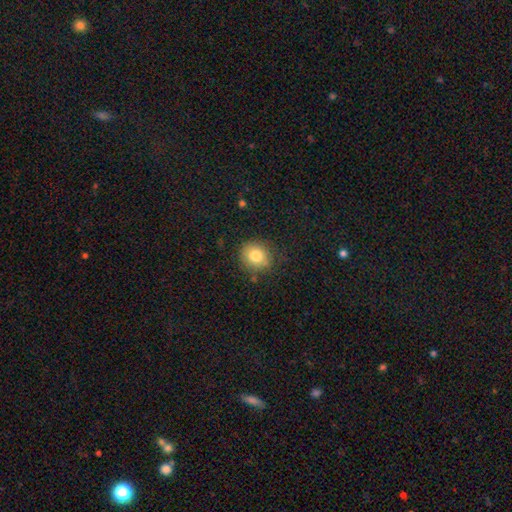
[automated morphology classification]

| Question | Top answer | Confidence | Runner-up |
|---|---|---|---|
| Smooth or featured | smooth | 80% | star or artifact (10%) |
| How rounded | round | 82% | in between (17%) |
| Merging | none | 84% | minor disturbance (11%) |